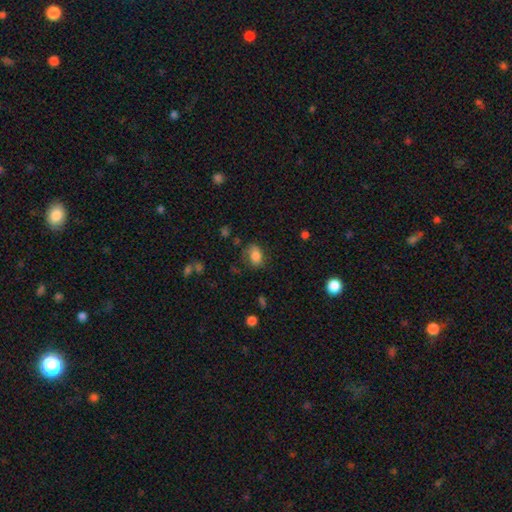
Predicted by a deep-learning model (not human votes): Overall: smooth (81%). How rounded: in between (77%). Merging: none (65%).